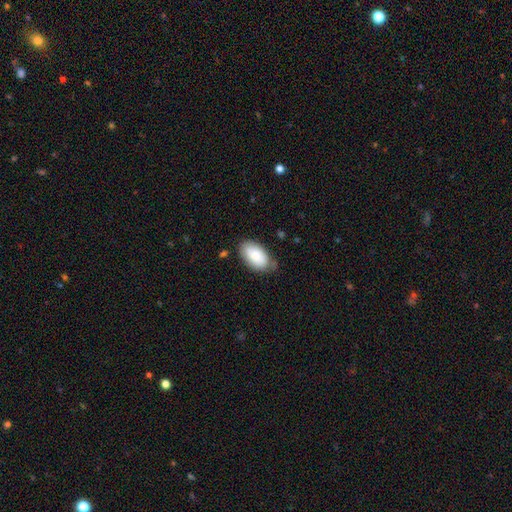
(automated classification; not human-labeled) A smooth galaxy with no disk features (80%) that is in between round and cigar-shaped (94%).

Vote fractions:
- Smooth or featured? smooth: 80% / featured or disk: 13% / star or artifact: 7%
- How rounded? in between: 94% / round: 4% / cigar-shaped: 2%
- Merging? none: 72% / minor disturbance: 21% / major disturbance: 4% / merger: 3%